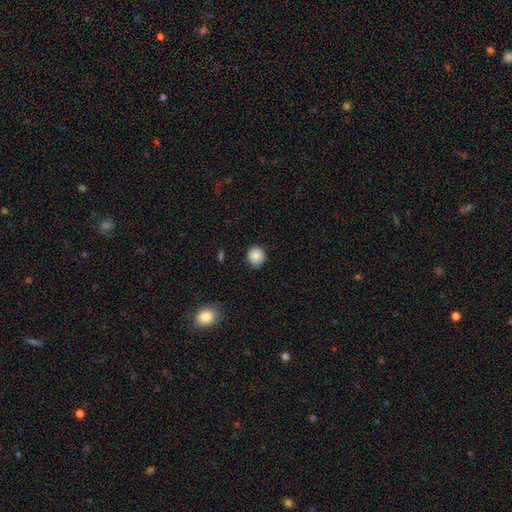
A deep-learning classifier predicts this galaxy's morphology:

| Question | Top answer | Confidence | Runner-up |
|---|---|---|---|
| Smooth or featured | smooth | 86% | star or artifact (9%) |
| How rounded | round | 88% | in between (11%) |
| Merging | none | 83% | minor disturbance (14%) |